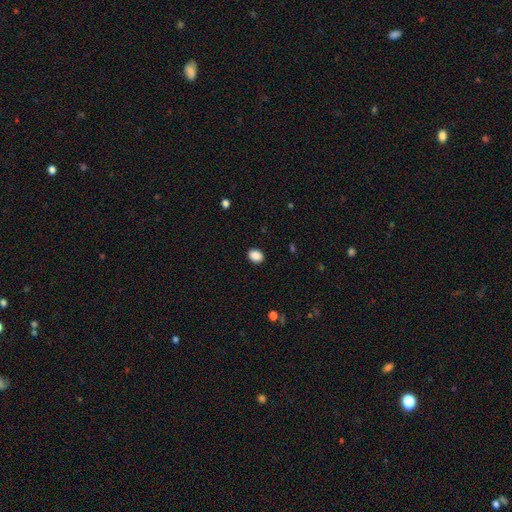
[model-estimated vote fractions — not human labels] This appears to be a smooth galaxy with no disk features (89%) that is in between round and cigar-shaped (67%). Merging: none (90%).